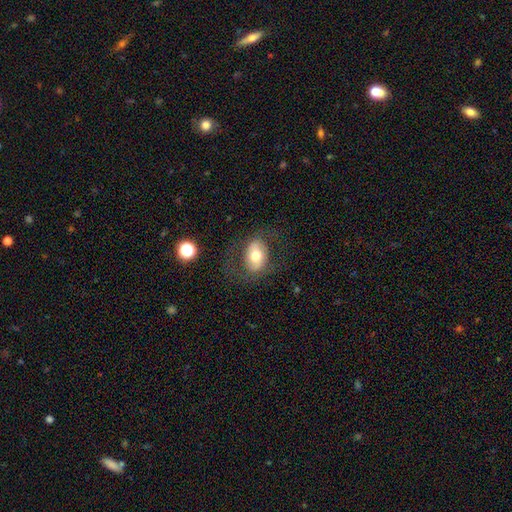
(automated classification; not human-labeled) Smooth or featured? smooth (56%)
How rounded? in between (77%)
Merging? none (70%)